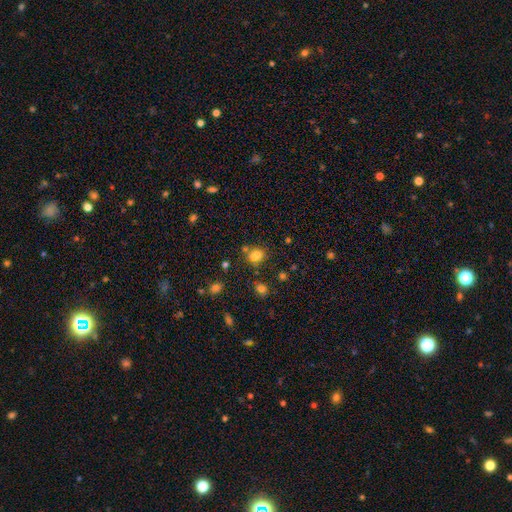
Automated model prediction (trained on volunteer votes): smooth-or-featured: smooth: 77% | star or artifact: 16% | featured or disk: 7%
  how-rounded: in between: 58% | round: 41% | cigar-shaped: 1%
  merging: none: 60% | merger: 18% | minor disturbance: 16% | major disturbance: 6%